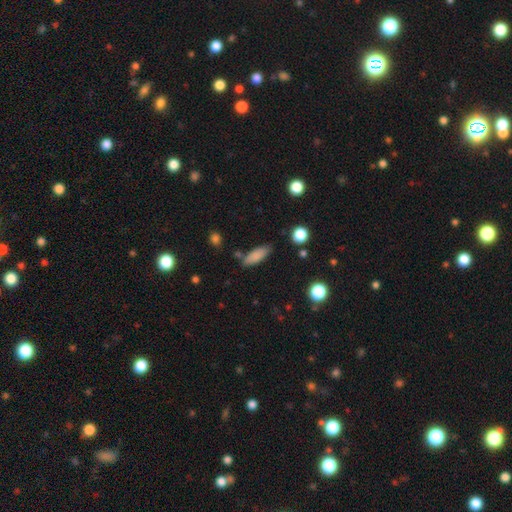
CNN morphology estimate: This is clearly a smooth galaxy (84%). How rounded: likely in between (62%). Merging: likely none (75%).